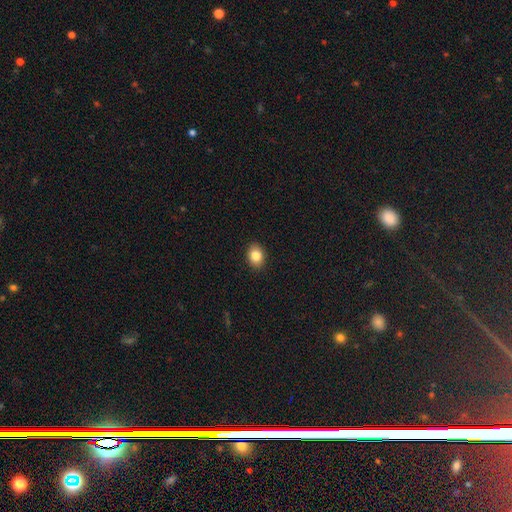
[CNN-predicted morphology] smooth_or_featured: smooth (p=0.84) [alt: star or artifact p=0.09]
how_rounded: in between (p=0.65) [alt: round p=0.34]
merging: none (p=0.90) [alt: minor disturbance p=0.07]